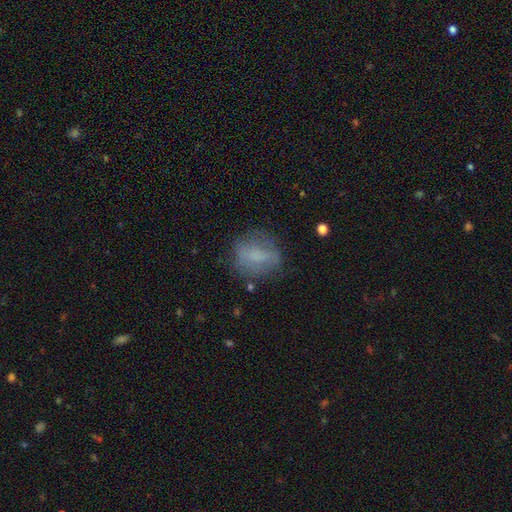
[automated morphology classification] Smooth or featured? smooth (63%)
How rounded? round (57%)
Merging? none (64%)